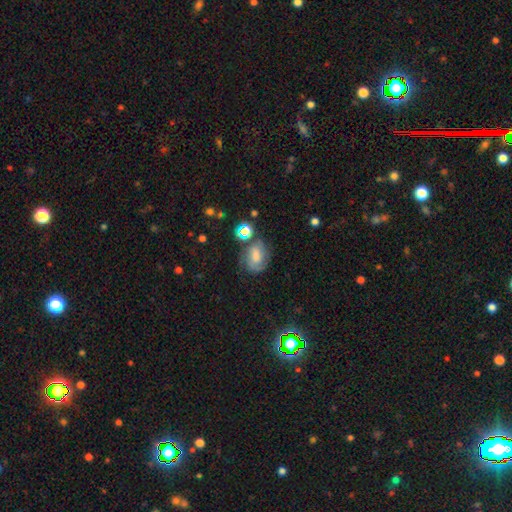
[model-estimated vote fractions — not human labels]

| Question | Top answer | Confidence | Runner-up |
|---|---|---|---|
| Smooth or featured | featured or disk | 44% | smooth (42%) |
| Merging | none | 58% | minor disturbance (23%) |